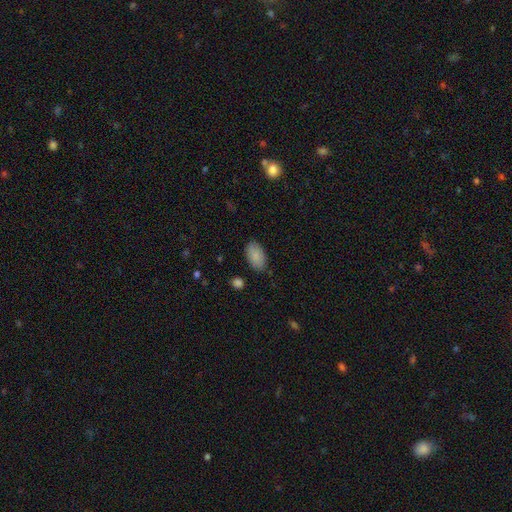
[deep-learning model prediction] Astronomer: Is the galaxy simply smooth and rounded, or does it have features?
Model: smooth — 88%.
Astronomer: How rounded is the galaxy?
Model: in between — 94%.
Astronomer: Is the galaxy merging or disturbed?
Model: none — 85%.